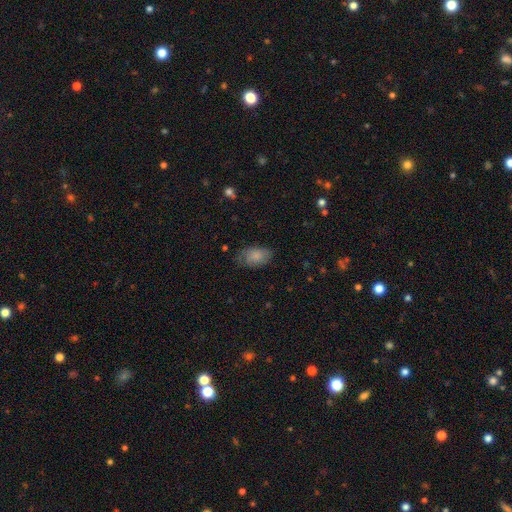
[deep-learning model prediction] A smooth galaxy with no disk features (81%) that is in between round and cigar-shaped (90%). Merging: none (66%).